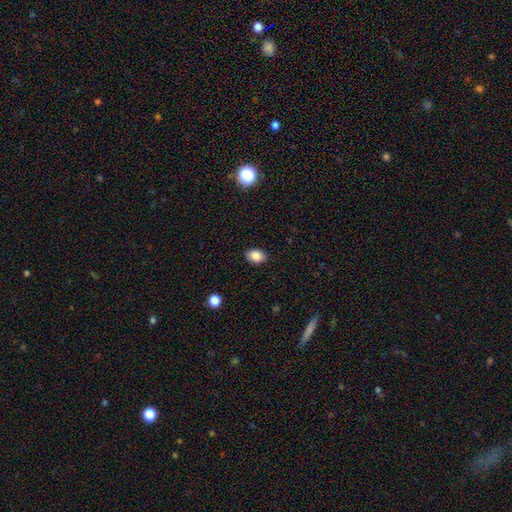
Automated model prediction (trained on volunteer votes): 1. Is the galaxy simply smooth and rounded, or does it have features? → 87% smooth, 9% star or artifact, 4% featured or disk.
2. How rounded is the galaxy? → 70% in between, 29% round, 1% cigar-shaped.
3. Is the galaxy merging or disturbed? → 88% none, 9% minor disturbance, 2% major disturbance, 1% merger.